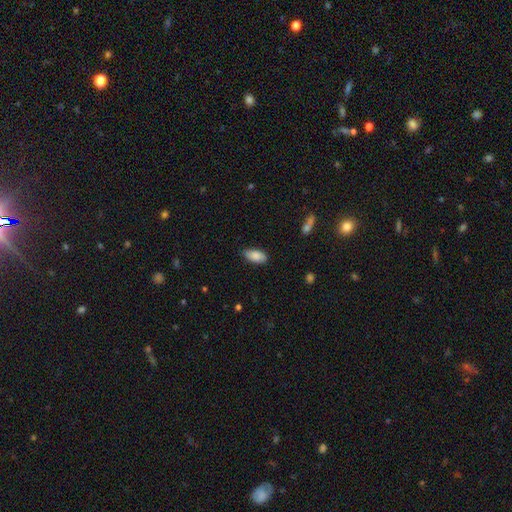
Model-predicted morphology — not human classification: A smooth galaxy with no disk features (86%) that is in between round and cigar-shaped (90%). Merging: none (81%).